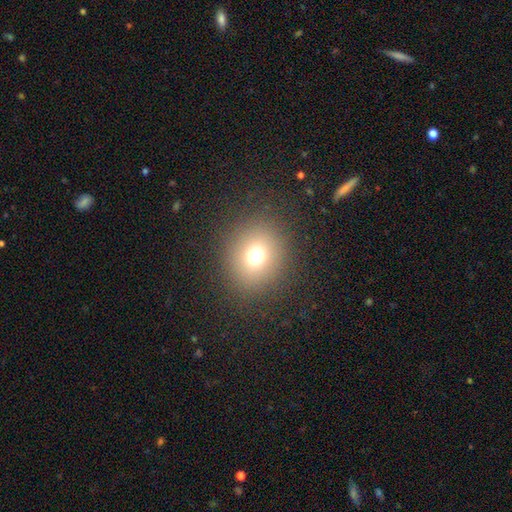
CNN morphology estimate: type=smooth (70%); roundness=round (80%); merging=none (87%).